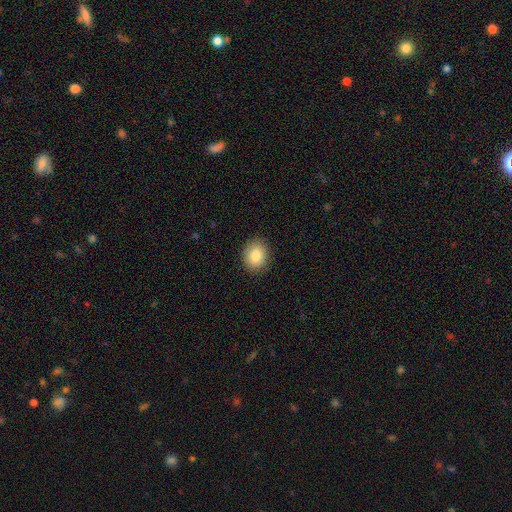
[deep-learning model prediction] This appears to be a smooth galaxy with no disk features (83%) that is round (58%). Merging: none (88%).